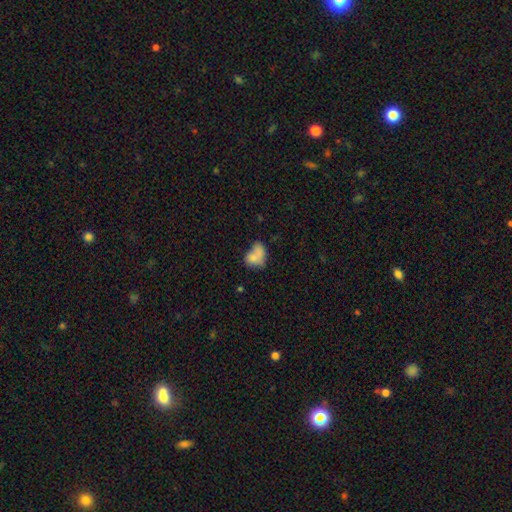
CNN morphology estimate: Smooth or featured? Predicted: smooth (p=0.73). How rounded? Predicted: in between (p=0.70). Merging? Predicted: merger (p=0.35).